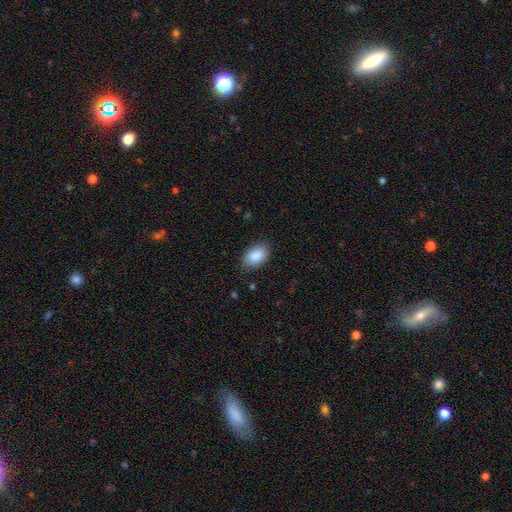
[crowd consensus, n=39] smooth-or-featured: smooth: 90% | star or artifact: 8% | featured or disk: 3%
  how-rounded: in between: 94% | round: 6% | cigar-shaped: 0%
  merging: none: 78% | minor disturbance: 11% | major disturbance: 6% | merger: 6%